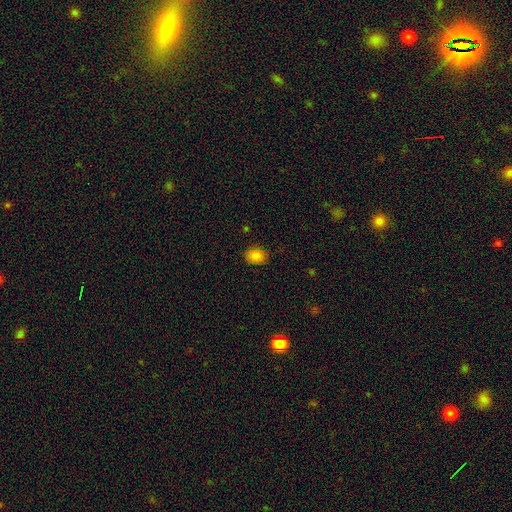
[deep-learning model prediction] A smooth galaxy with no disk features (84%) that is round (51%). Merging: none (83%).